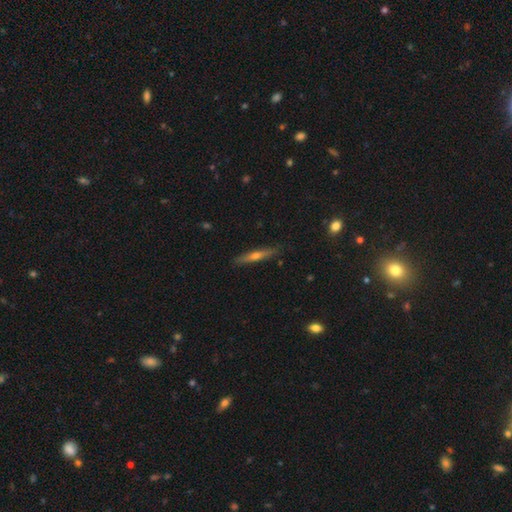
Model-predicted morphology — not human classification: Q: Smooth or featured?
A: featured or disk (59%); runner-up: smooth (33%)
Q: Edge-on disk?
A: yes (95%); runner-up: no (5%)
Q: Edge-on bulge?
A: rounded (84%); runner-up: none (13%)
Q: Merging?
A: none (88%); runner-up: minor disturbance (9%)